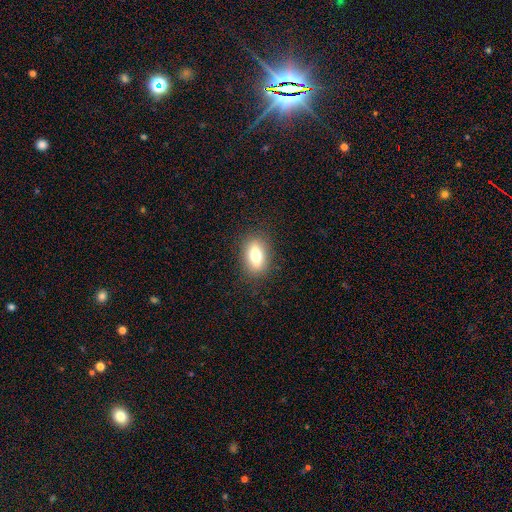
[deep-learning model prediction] The model was most divided on "smooth or featured": smooth: 73%, featured or disk: 19%, star or artifact: 9%. More confident: merging — none (86%); how rounded — in between (80%).